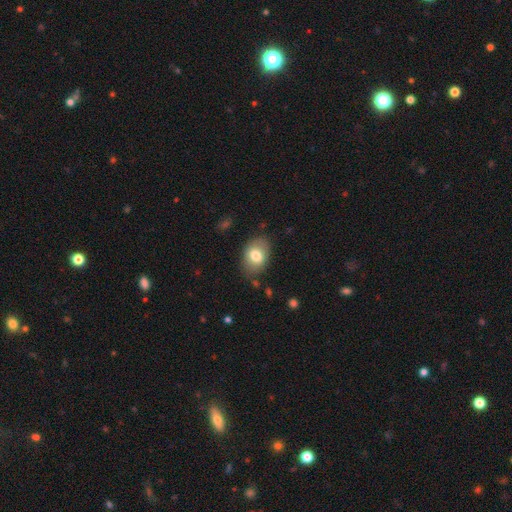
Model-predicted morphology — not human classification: Overall: smooth (76%). How rounded: in between (80%). Merging: none (80%).